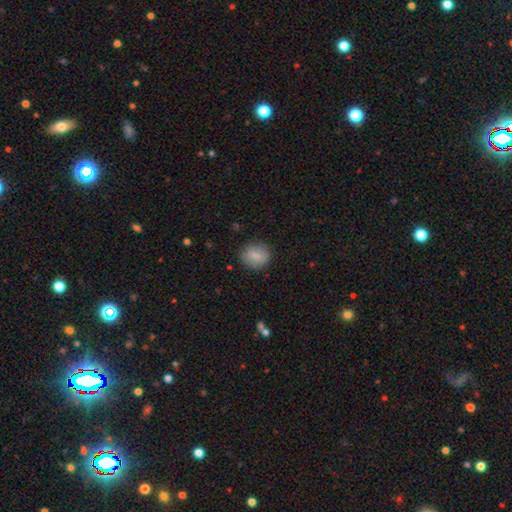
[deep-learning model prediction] smooth 82%, featured or disk 10%, star or artifact 8%. Down the decision tree: how rounded — round (72%); merging — none (85%).